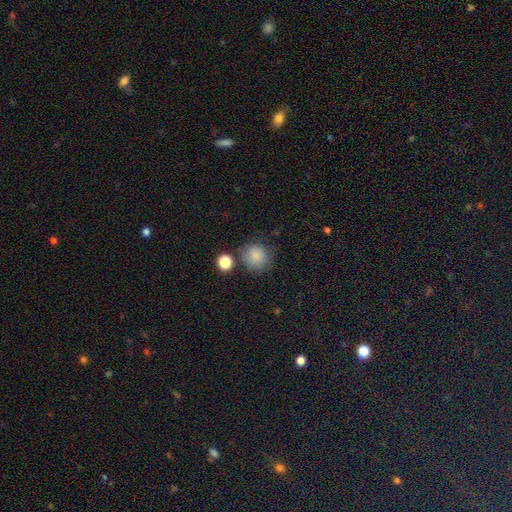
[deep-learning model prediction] Q: Smooth or featured?
A: smooth (84%); runner-up: star or artifact (10%)
Q: How rounded?
A: round (87%); runner-up: in between (12%)
Q: Merging?
A: none (72%); runner-up: minor disturbance (16%)